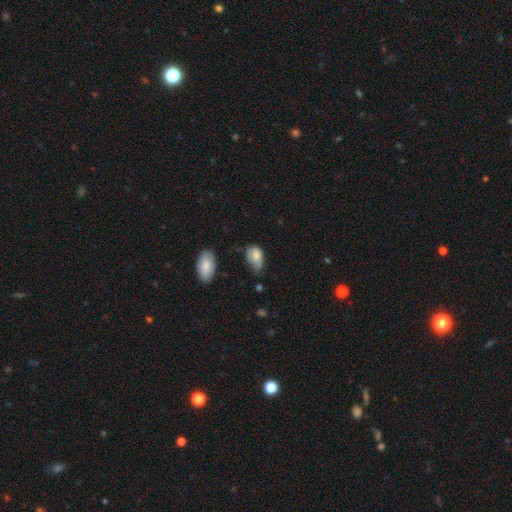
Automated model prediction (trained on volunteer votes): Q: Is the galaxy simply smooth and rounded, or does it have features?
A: smooth — 75%.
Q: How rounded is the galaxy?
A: in between — 85%.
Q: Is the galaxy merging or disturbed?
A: minor disturbance — 46%.